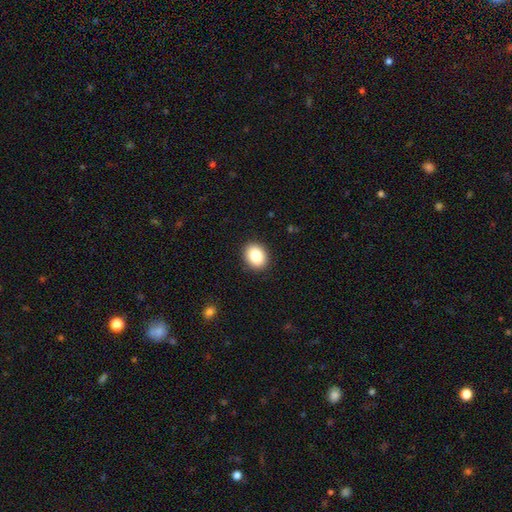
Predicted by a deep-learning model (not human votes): Q: Smooth or featured?
A: smooth (84%); runner-up: star or artifact (8%)
Q: How rounded?
A: in between (50%); tied with: round (50%)
Q: Merging?
A: none (90%); runner-up: minor disturbance (7%)